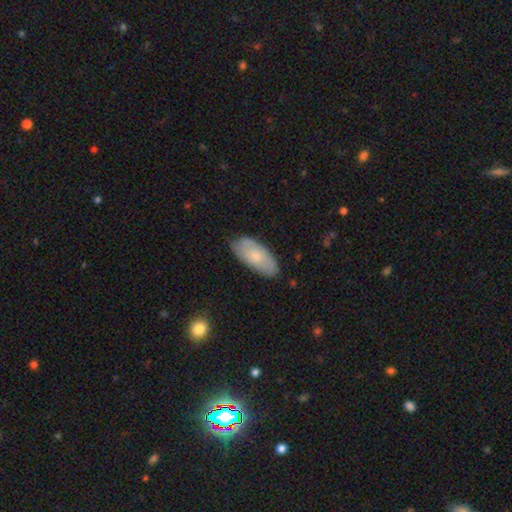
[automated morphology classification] Smooth or featured? smooth (69%)
How rounded? in between (90%)
Merging? none (78%)